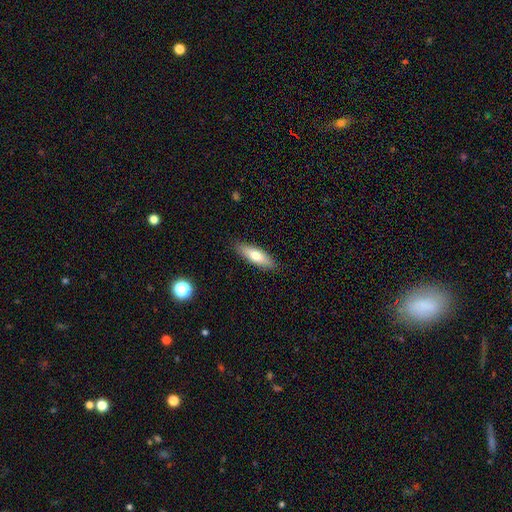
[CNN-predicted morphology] smooth-or-featured: smooth: 70% | featured or disk: 24% | star or artifact: 6%
  how-rounded: cigar-shaped: 53% | in between: 45% | round: 2%
  merging: none: 88% | minor disturbance: 9% | major disturbance: 2% | merger: 1%